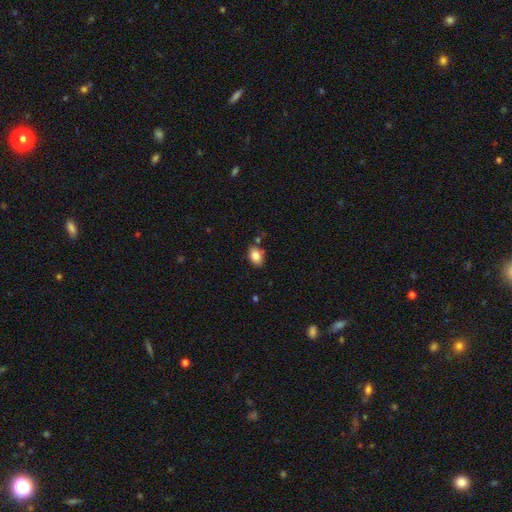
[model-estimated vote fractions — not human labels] The model was most divided on "how rounded": in between: 77%, round: 22%, cigar-shaped: 1%. More confident: smooth or featured — smooth (84%); merging — none (78%).